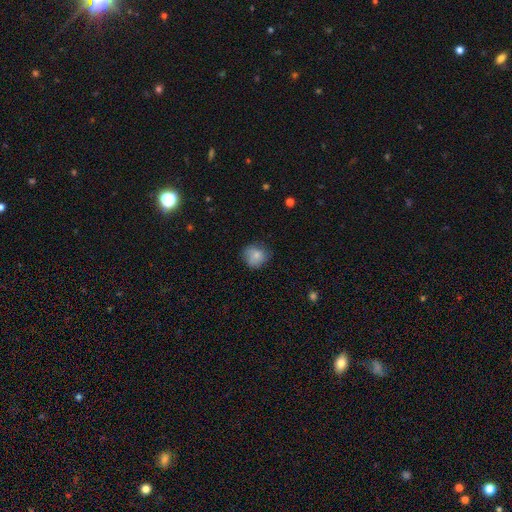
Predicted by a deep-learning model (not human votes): Smooth or featured? smooth (77%)
How rounded? round (78%)
Merging? none (65%)